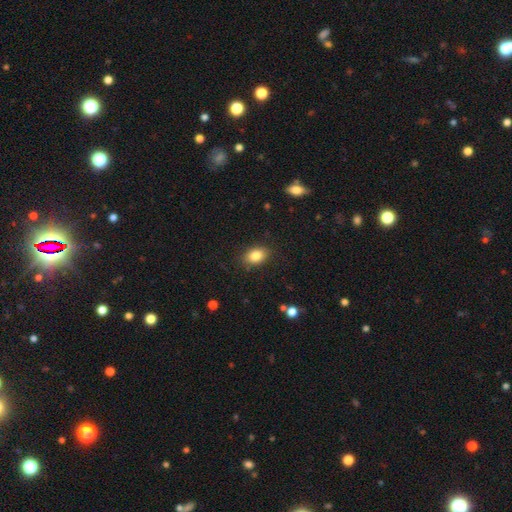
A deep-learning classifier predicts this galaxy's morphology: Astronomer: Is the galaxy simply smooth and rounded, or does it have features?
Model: smooth — 84%.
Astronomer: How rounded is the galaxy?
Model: in between — 80%.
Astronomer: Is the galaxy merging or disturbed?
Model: none — 87%.